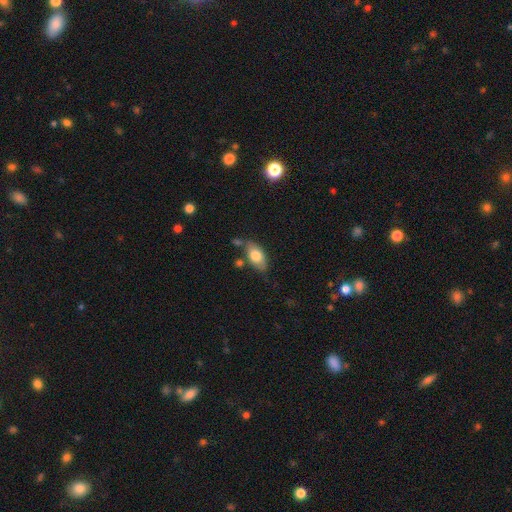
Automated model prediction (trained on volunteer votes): A smooth galaxy with no disk features (75%) that is in between round and cigar-shaped (91%).

Vote fractions:
- Smooth or featured? smooth: 75% / featured or disk: 18% / star or artifact: 7%
- How rounded? in between: 91% / round: 5% / cigar-shaped: 4%
- Merging? none: 64% / minor disturbance: 21% / merger: 10% / major disturbance: 5%